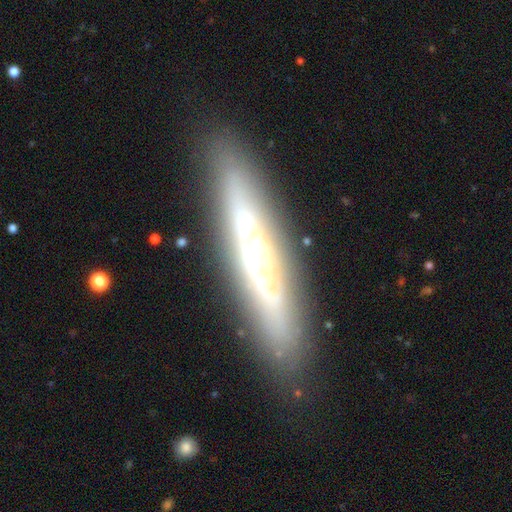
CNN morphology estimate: type=featured or disk (73%); edge-on=yes (65%); merging=none (80%).